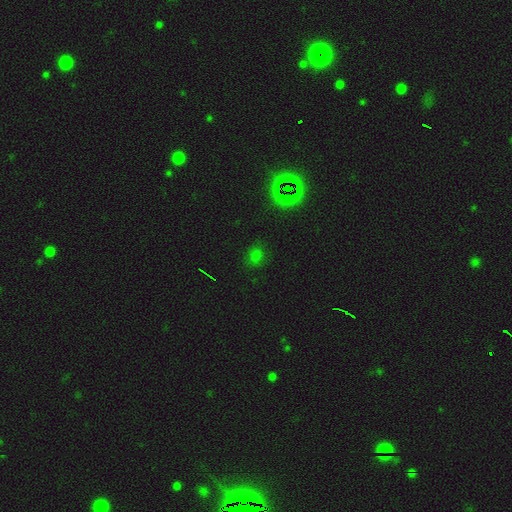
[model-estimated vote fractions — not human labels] smooth 59%, star or artifact 35%, featured or disk 6%. Down the decision tree: how rounded — round (53%); merging — none (80%).